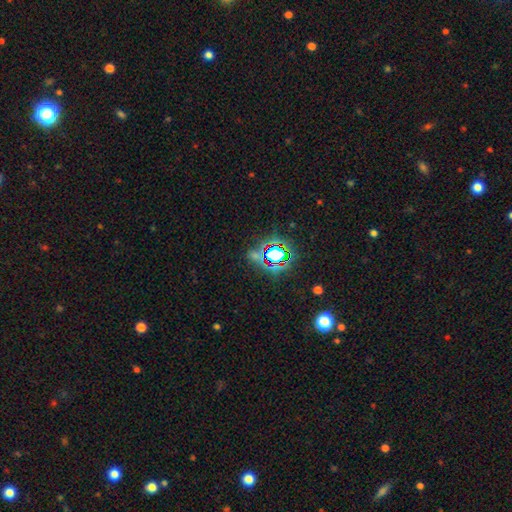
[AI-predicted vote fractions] Q: Smooth or featured?
A: star or artifact (69%); runner-up: smooth (22%)